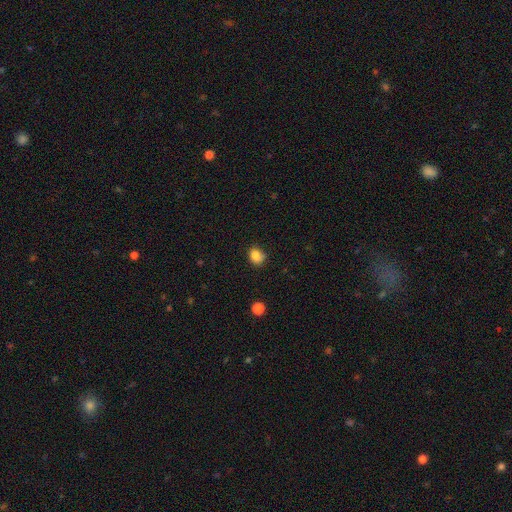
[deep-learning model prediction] A smooth galaxy with no disk features (83%) that is round (59%).

Vote fractions:
- Smooth or featured? smooth: 83% / star or artifact: 11% / featured or disk: 6%
- How rounded? round: 59% / in between: 40% / cigar-shaped: 1%
- Merging? none: 72% / minor disturbance: 22% / major disturbance: 4% / merger: 2%